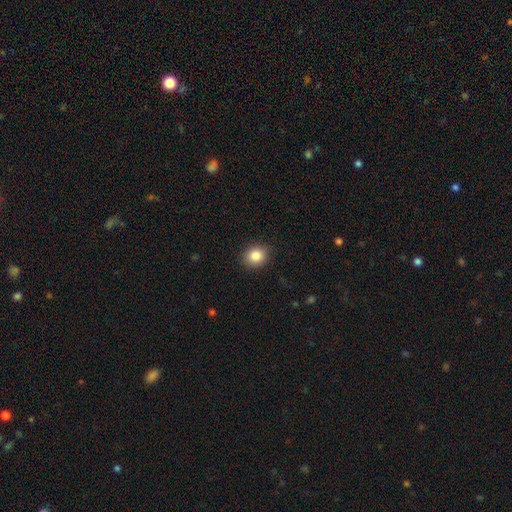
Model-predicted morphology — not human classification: Smooth or featured: smooth — 85% (star or artifact — 10%)
How rounded: round — 72% (in between — 27%)
Merging: none — 89% (minor disturbance — 8%)